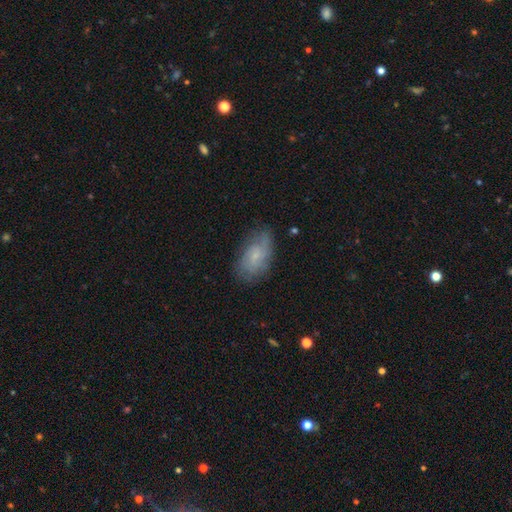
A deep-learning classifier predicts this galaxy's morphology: Smooth or featured?
  - featured or disk: 50% *
  - smooth: 41%
  - star or artifact: 8%
Edge-on disk?
  - no: 95% *
  - yes: 5%
Merging?
  - none: 69% *
  - minor disturbance: 22%
  - major disturbance: 7%
  - merger: 1%